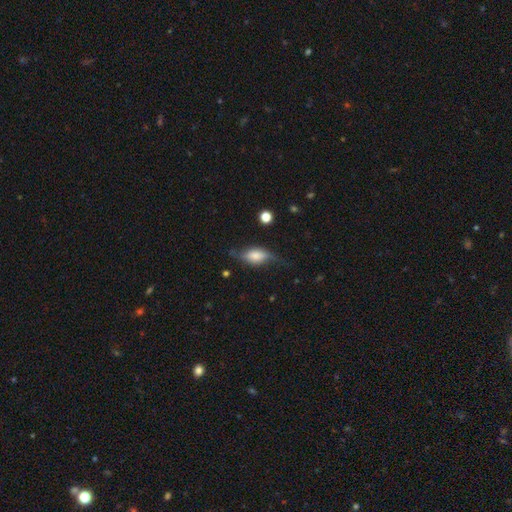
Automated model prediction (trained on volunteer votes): Overall: featured or disk (48%; smooth 44%). Merging: none (52%; minor disturbance 30%).